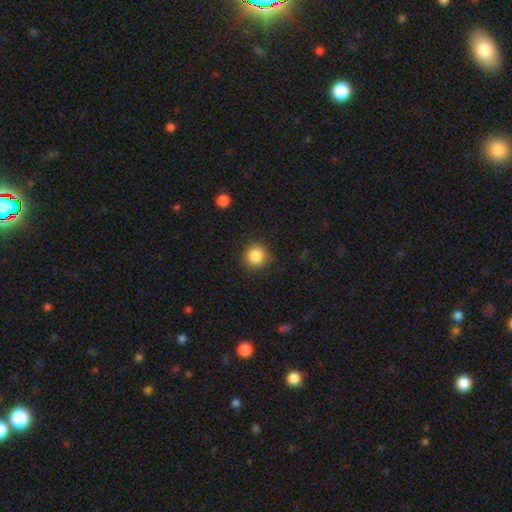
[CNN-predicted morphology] This appears to be a smooth galaxy with no disk features (86%) that is round (92%). Merging: none (86%).